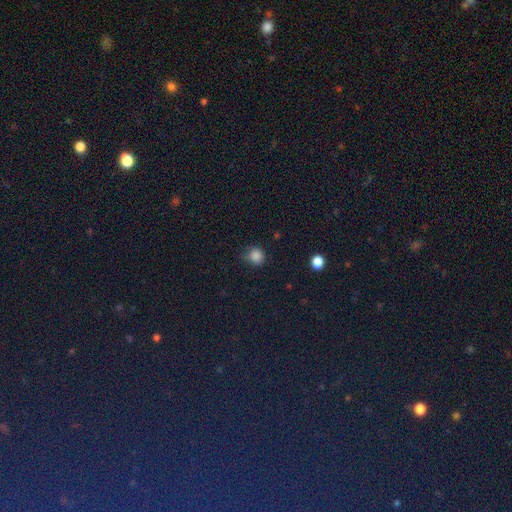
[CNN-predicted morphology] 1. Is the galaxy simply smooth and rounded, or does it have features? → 85% smooth, 12% star or artifact, 3% featured or disk.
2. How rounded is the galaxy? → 84% round, 15% in between, 1% cigar-shaped.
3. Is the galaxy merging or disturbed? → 71% none, 22% minor disturbance, 5% major disturbance, 2% merger.